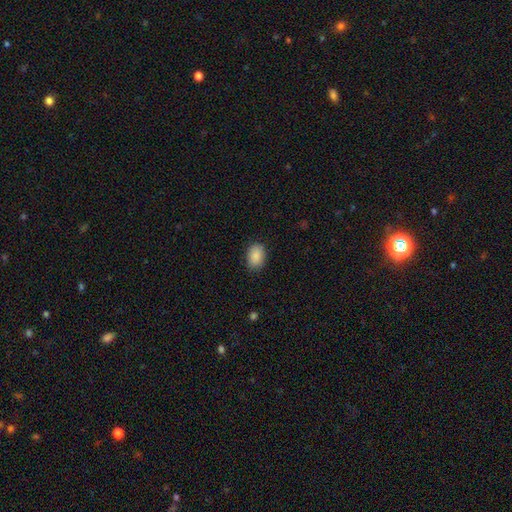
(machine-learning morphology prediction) This appears to be a smooth galaxy with no disk features (89%) that is in between round and cigar-shaped (80%). Merging: none (87%).